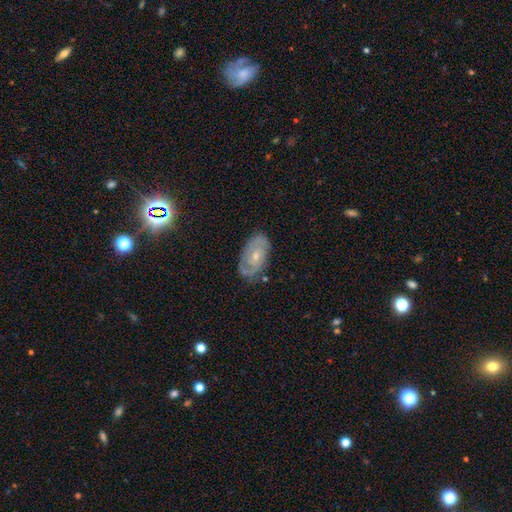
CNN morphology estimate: featured or disk 76%, smooth 18%, star or artifact 7%. Down the decision tree: edge-on disk — no (95%); bar — no (57%); spiral arms — yes (90%); spiral arm count — 2 (63%); spiral winding — tight (54%); bulge size — small (58%); merging — none (76%).